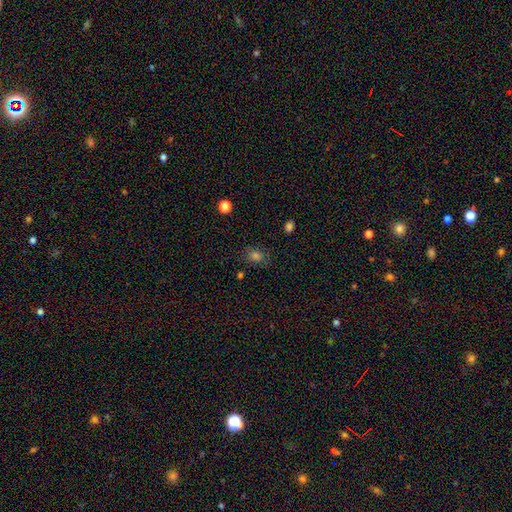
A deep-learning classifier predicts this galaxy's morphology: smooth_or_featured: smooth (p=0.66) [alt: star or artifact p=0.24]
how_rounded: in between (p=0.53) [alt: round p=0.46]
merging: none (p=0.77) [alt: minor disturbance p=0.16]